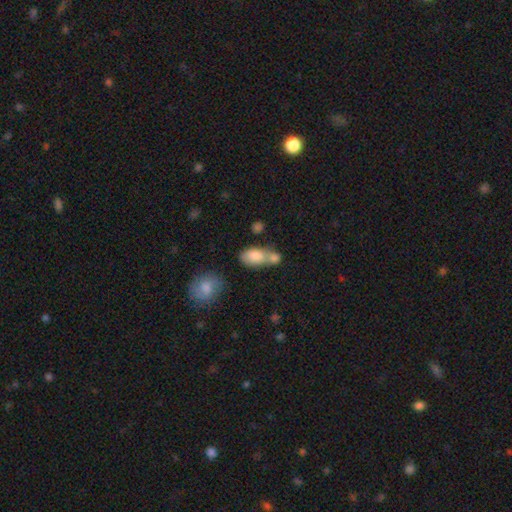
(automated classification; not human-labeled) The model was most divided on "merging": merger: 52%, none: 30%, minor disturbance: 13%, major disturbance: 6%. More confident: how rounded — in between (88%); smooth or featured — smooth (80%).